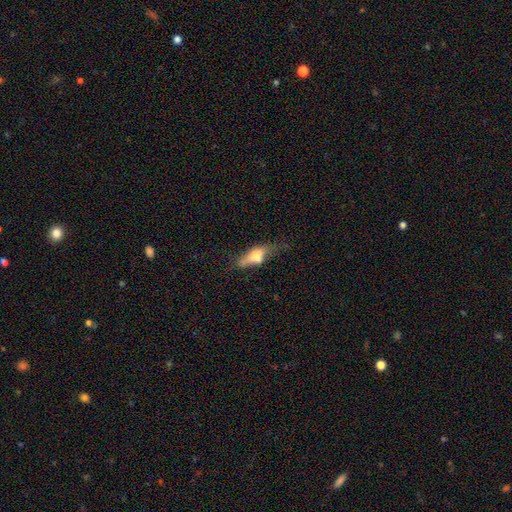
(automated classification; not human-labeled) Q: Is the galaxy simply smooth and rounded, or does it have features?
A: smooth — 56%.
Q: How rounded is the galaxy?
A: in between — 62%.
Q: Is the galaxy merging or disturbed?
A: none — 40%.